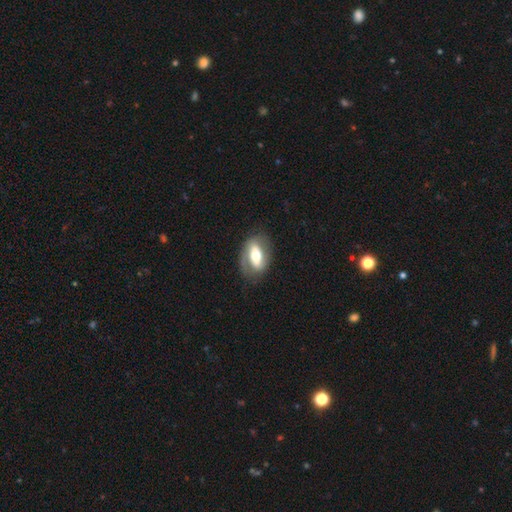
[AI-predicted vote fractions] Morphology: type=featured or disk (56%); edge-on=no (87%); merging=none (75%).